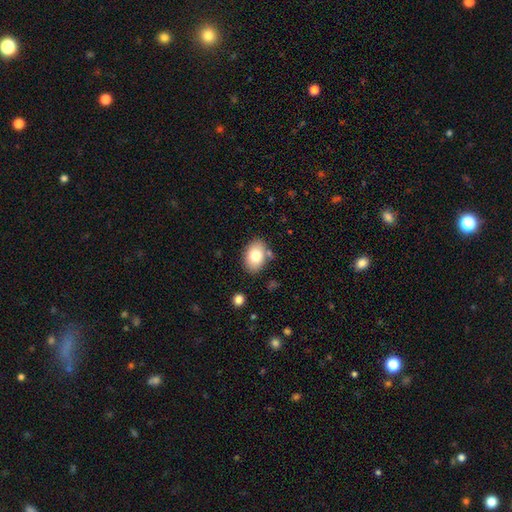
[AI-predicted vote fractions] Smooth or featured?
  - smooth: 78% *
  - featured or disk: 14%
  - star or artifact: 8%
How rounded?
  - in between: 83% *
  - round: 16%
  - cigar-shaped: 1%
Merging?
  - none: 78% *
  - minor disturbance: 13%
  - merger: 5%
  - major disturbance: 3%